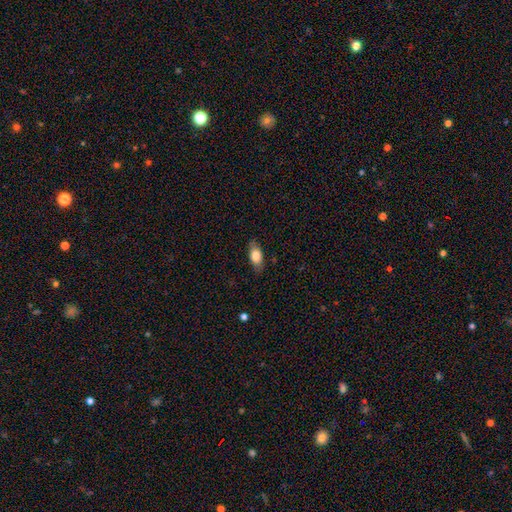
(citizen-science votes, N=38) Smooth or featured? 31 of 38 (82%) said smooth. How rounded? 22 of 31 (71%) said in between. Merging? 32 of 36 (89%) said none.